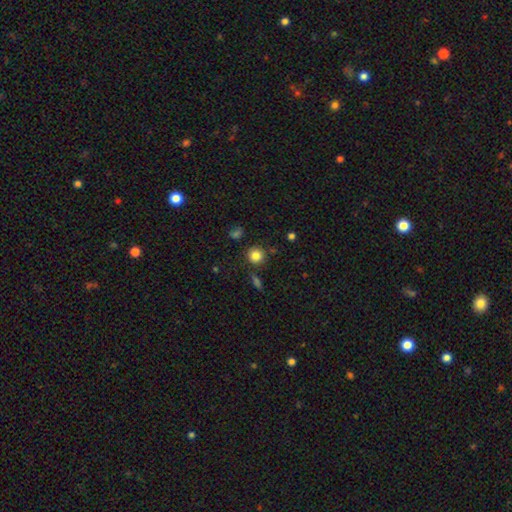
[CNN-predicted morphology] Overall: smooth (83%). How rounded: round (92%). Merging: none (85%).